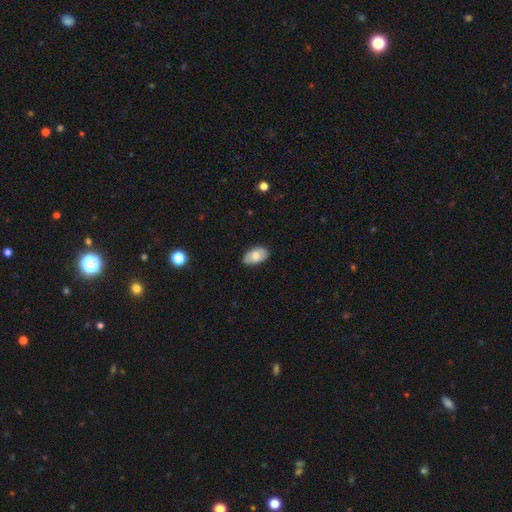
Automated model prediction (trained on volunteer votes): Q: Smooth or featured?
A: smooth (75%); runner-up: featured or disk (18%)
Q: How rounded?
A: in between (94%); runner-up: round (5%)
Q: Merging?
A: none (78%); runner-up: minor disturbance (18%)